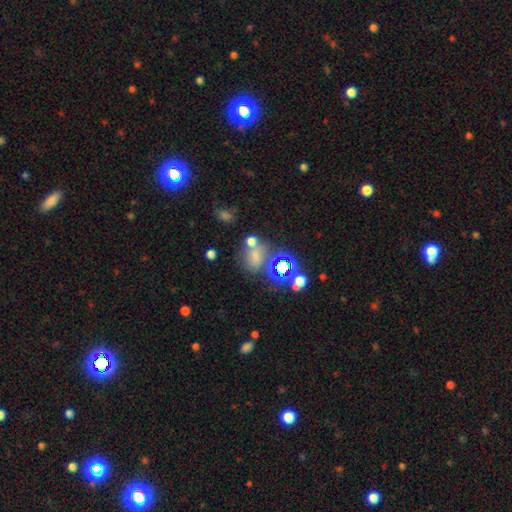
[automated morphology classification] Q: Smooth or featured?
A: smooth (55%); runner-up: star or artifact (32%)
Q: How rounded?
A: in between (50%); runner-up: round (48%)
Q: Merging?
A: none (44%); runner-up: merger (31%)